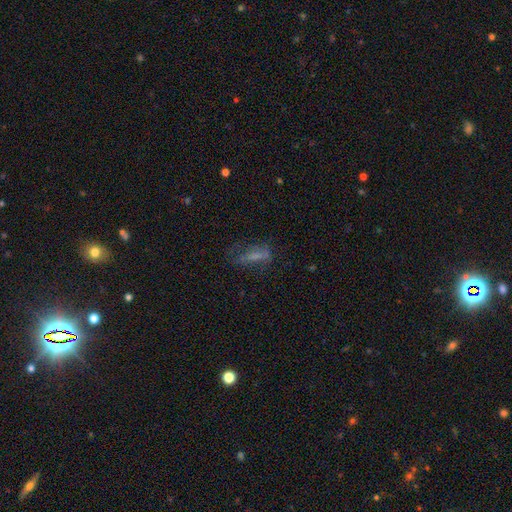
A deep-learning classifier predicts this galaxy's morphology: A smooth galaxy with no disk features (52%) that is in between round and cigar-shaped (50%).

Vote fractions:
- Smooth or featured? smooth: 52% / featured or disk: 32% / star or artifact: 15%
- How rounded? in between: 50% / cigar-shaped: 46% / round: 4%
- Merging? none: 48% / major disturbance: 25% / minor disturbance: 24% / merger: 3%